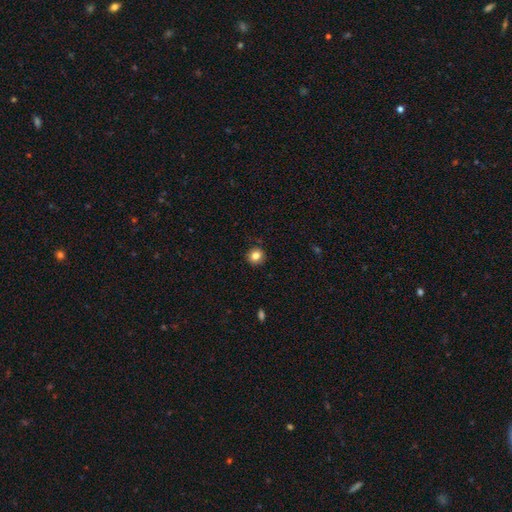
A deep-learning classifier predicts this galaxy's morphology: Q: Smooth or featured?
A: smooth (83%); runner-up: star or artifact (11%)
Q: How rounded?
A: round (88%); runner-up: in between (11%)
Q: Merging?
A: none (90%); runner-up: minor disturbance (7%)